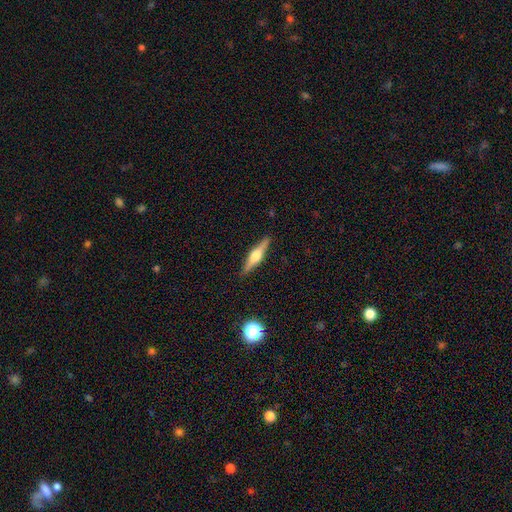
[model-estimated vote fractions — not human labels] A featured or disk galaxy (69%) viewed edge-on (97%) with a rounded central bulge (90%).

Vote fractions:
- Smooth or featured? featured or disk: 69% / smooth: 25% / star or artifact: 6%
- Edge-on disk? yes: 97% / no: 3%
- Edge-on bulge? rounded: 90% / boxy: 8% / none: 2%
- Merging? none: 89% / minor disturbance: 8% / major disturbance: 2% / merger: 1%